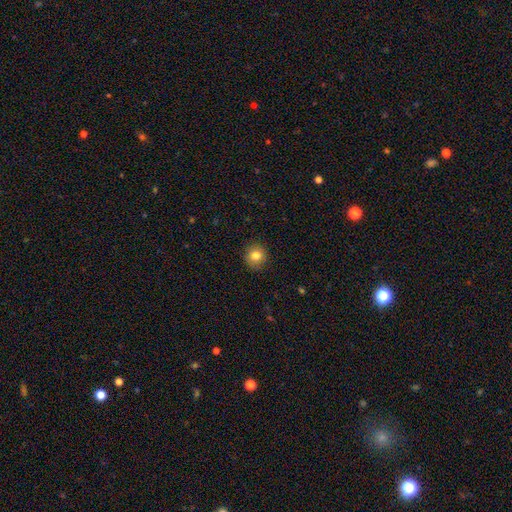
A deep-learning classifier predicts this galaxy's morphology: Smooth or featured: smooth — 82% (star or artifact — 10%)
How rounded: round — 90% (in between — 9%)
Merging: none — 90% (minor disturbance — 7%)